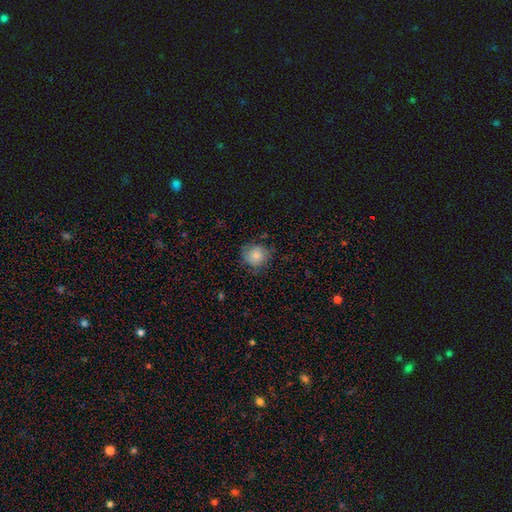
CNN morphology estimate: smooth_or_featured: smooth (p=0.77) [alt: featured or disk p=0.15]
how_rounded: round (p=0.84) [alt: in between p=0.15]
merging: none (p=0.69) [alt: minor disturbance p=0.23]